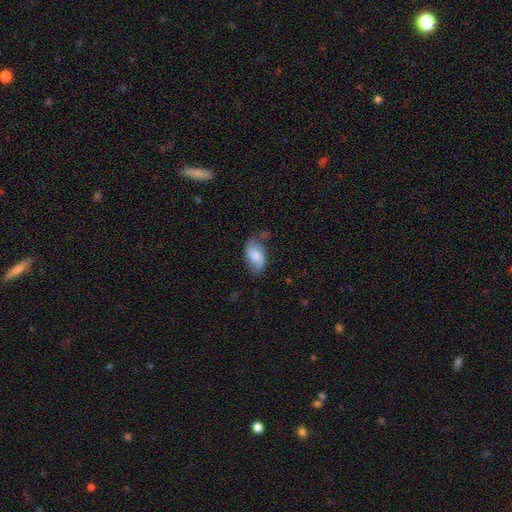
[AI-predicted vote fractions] Smooth or featured?
  - smooth: 70% *
  - featured or disk: 23%
  - star or artifact: 7%
How rounded?
  - in between: 93% *
  - round: 5%
  - cigar-shaped: 2%
Merging?
  - none: 54% *
  - minor disturbance: 31%
  - major disturbance: 11%
  - merger: 4%